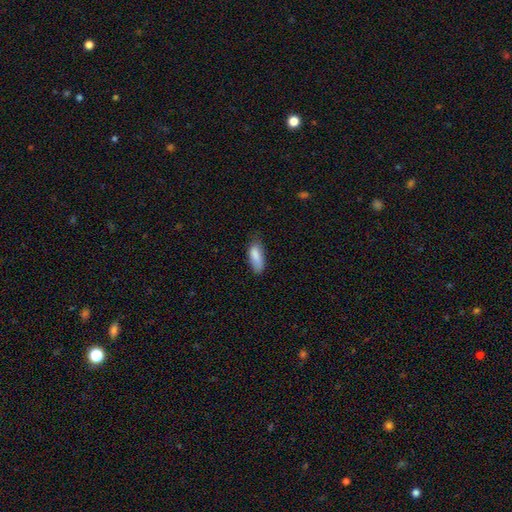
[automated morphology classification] This is clearly a smooth galaxy (85%). How rounded: likely in between (74%). Merging: possibly none (60%).